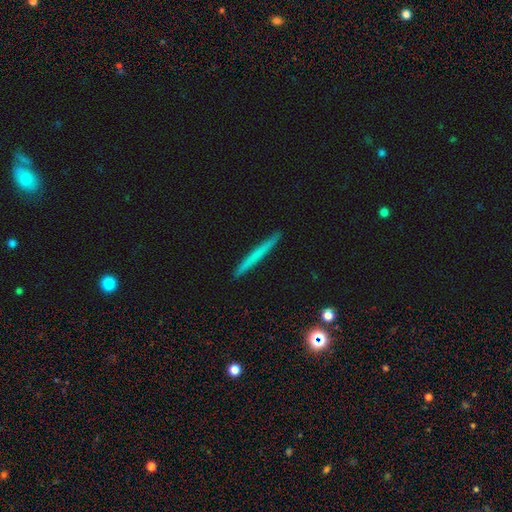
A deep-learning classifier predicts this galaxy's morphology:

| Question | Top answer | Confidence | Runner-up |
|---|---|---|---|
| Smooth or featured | smooth | 58% | featured or disk (35%) |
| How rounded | cigar-shaped | 97% | in between (2%) |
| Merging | none | 92% | minor disturbance (6%) |